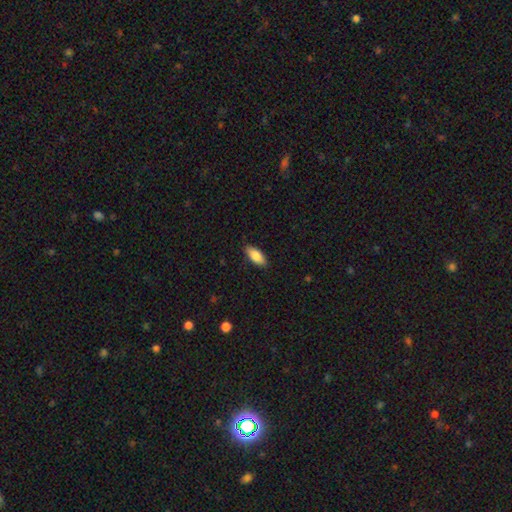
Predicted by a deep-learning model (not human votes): Overall: smooth (86%). How rounded: in between (87%). Merging: none (87%).